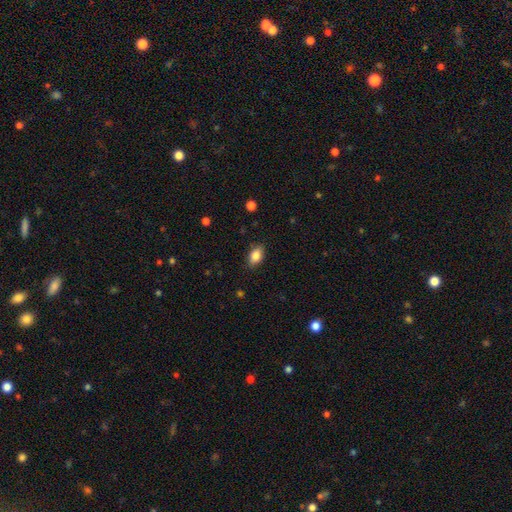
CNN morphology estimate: Smooth or featured? smooth (83%)
How rounded? in between (86%)
Merging? none (85%)